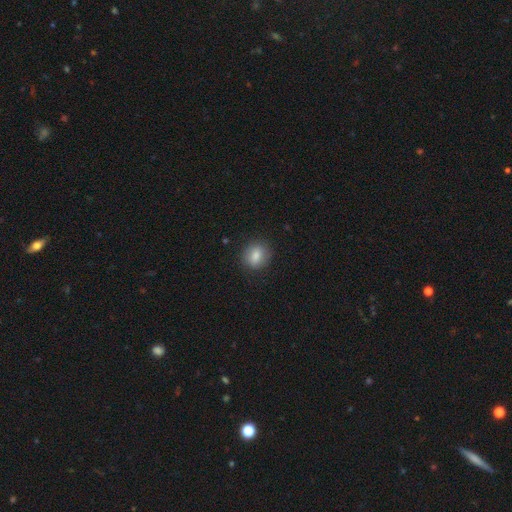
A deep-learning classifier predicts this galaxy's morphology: Smooth or featured: smooth — 82% (featured or disk — 10%)
How rounded: round — 67% (in between — 32%)
Merging: none — 86% (minor disturbance — 10%)